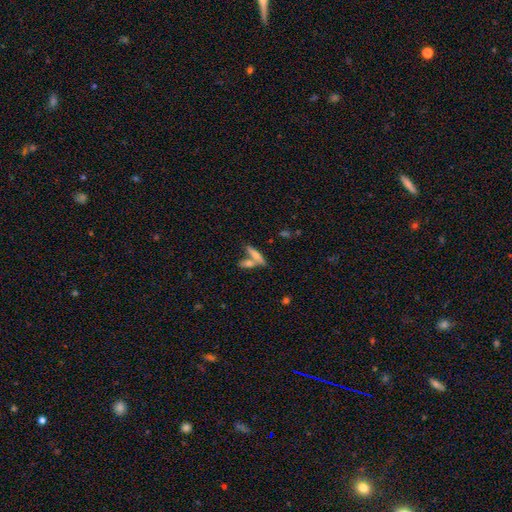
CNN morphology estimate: A smooth galaxy with no disk features (50%) that is cigar-shaped (69%). Merging: none (50%).